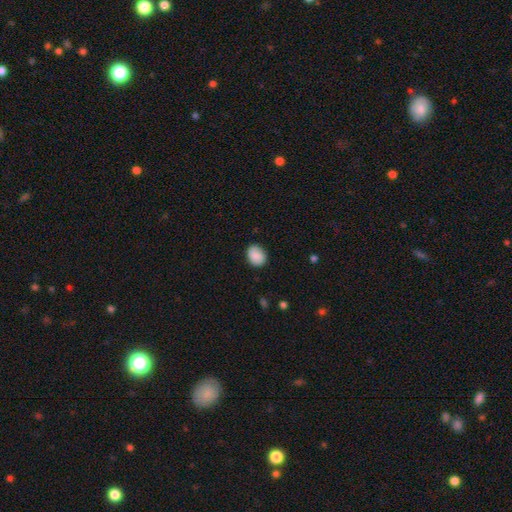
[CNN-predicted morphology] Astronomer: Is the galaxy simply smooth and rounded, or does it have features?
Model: smooth — 84%.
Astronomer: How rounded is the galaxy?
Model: in between — 50% (runner-up: round, 49%).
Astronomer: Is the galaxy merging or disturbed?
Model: none — 85%.